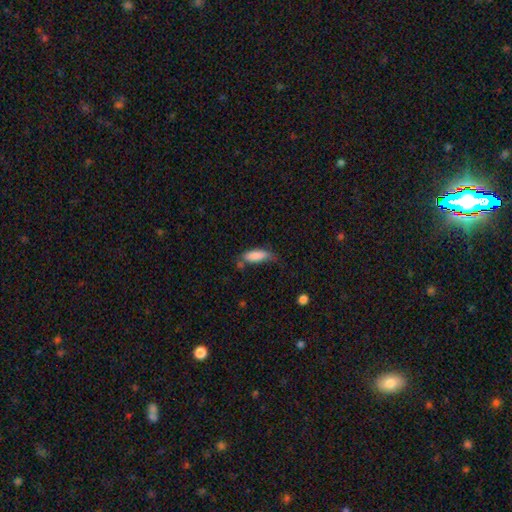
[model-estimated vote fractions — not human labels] smooth-or-featured: smooth: 84% | featured or disk: 9% | star or artifact: 7%
  how-rounded: in between: 65% | cigar-shaped: 33% | round: 2%
  merging: none: 44% | minor disturbance: 35% | major disturbance: 13% | merger: 8%